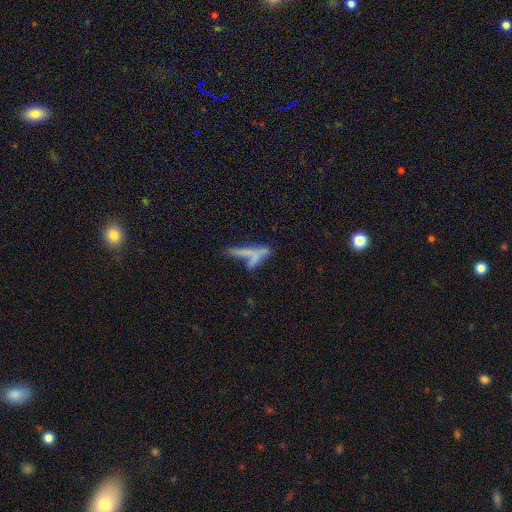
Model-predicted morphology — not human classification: Overall: smooth (59%; featured or disk 31%). How rounded: cigar-shaped (78%). Merging: merger (43%; none 35%).